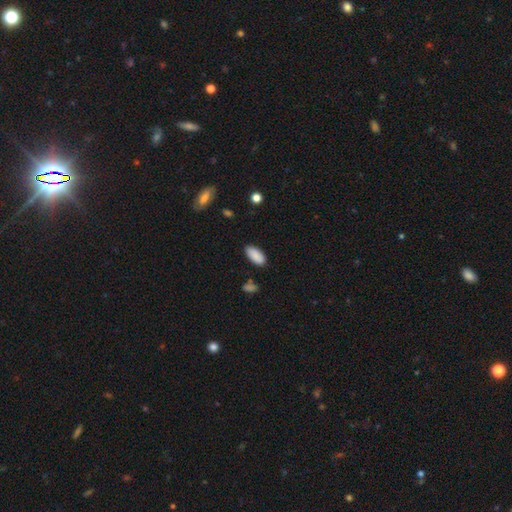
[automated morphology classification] Smooth or featured? smooth (89%)
How rounded? in between (91%)
Merging? none (84%)